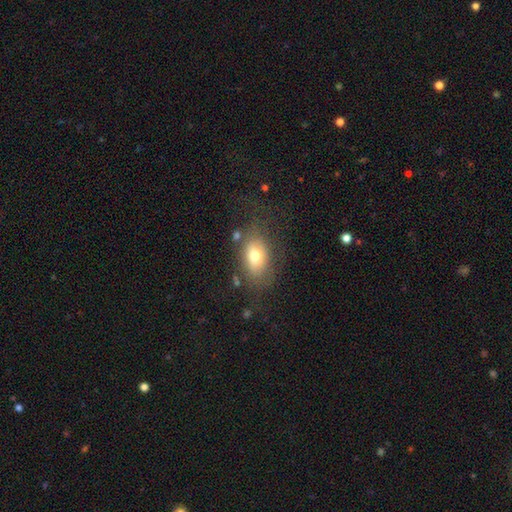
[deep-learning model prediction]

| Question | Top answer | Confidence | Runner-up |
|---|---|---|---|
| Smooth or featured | smooth | 72% | featured or disk (18%) |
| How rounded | in between | 84% | round (14%) |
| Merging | none | 65% | minor disturbance (19%) |